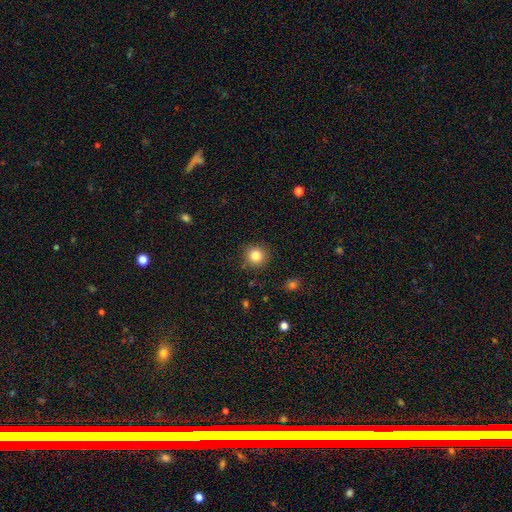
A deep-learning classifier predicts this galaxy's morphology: The model was most divided on "smooth or featured": smooth: 83%, star or artifact: 11%, featured or disk: 6%. More confident: how rounded — round (93%); merging — none (90%).